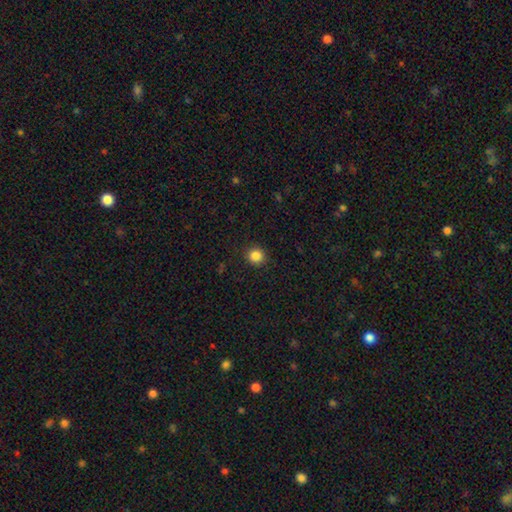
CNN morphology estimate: The model was most divided on "smooth or featured": smooth: 86%, star or artifact: 11%, featured or disk: 3%. More confident: how rounded — round (91%); merging — none (91%).